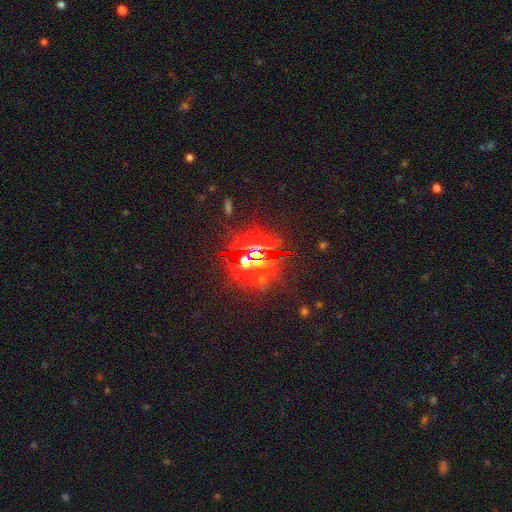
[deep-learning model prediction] Overall: star or artifact (82%).